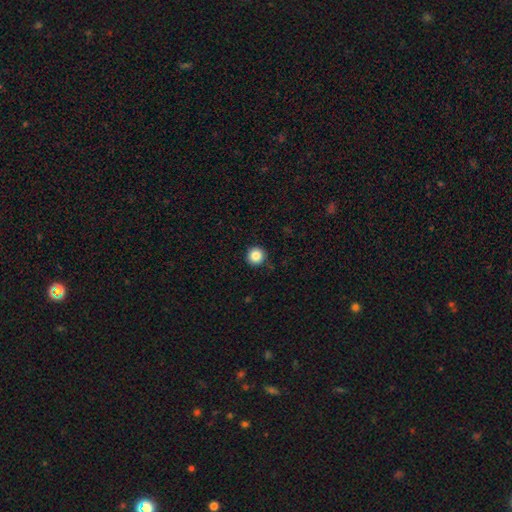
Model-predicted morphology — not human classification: Smooth or featured? Predicted: smooth (p=0.86). How rounded? Predicted: round (p=0.96). Merging? Predicted: none (p=0.90).